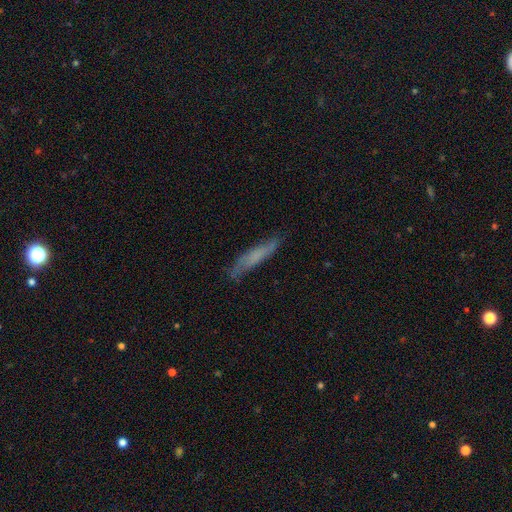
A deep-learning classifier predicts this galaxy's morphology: Q: Smooth or featured?
A: smooth (53%); runner-up: featured or disk (38%)
Q: How rounded?
A: cigar-shaped (88%); runner-up: in between (11%)
Q: Merging?
A: none (72%); runner-up: minor disturbance (21%)